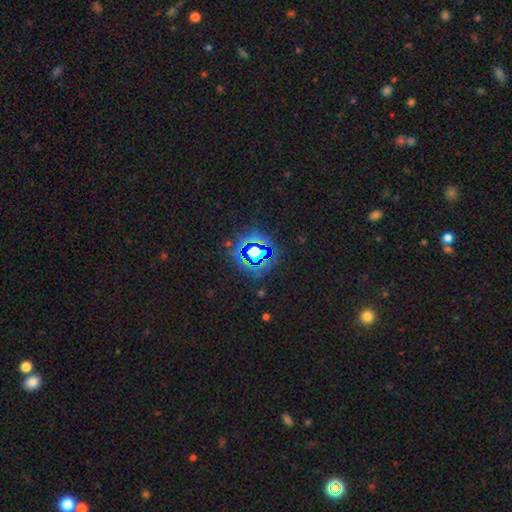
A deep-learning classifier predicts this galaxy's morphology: type=star or artifact (78%).